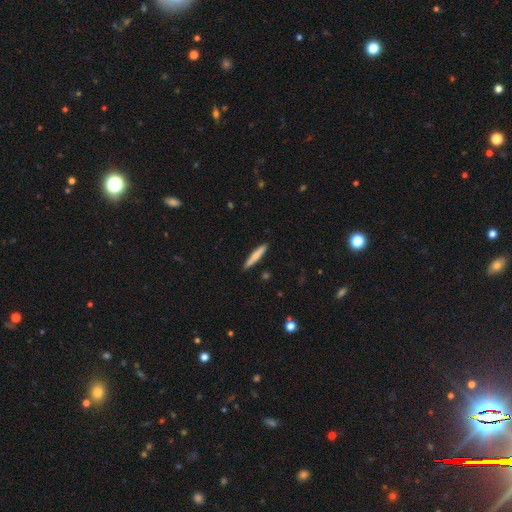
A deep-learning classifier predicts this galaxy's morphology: Smooth or featured? smooth (72%)
How rounded? cigar-shaped (93%)
Merging? none (90%)